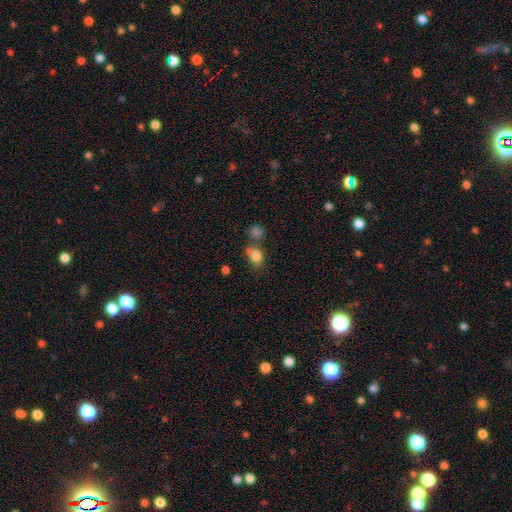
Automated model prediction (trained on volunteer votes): The model was most divided on "how rounded": in between: 58%, round: 40%, cigar-shaped: 1%. Remaining: smooth or featured — smooth (81%); merging — none (48%).